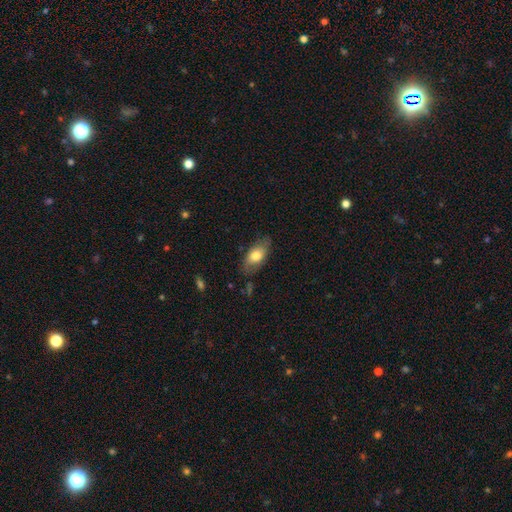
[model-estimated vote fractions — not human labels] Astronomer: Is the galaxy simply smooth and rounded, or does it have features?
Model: smooth — 71%.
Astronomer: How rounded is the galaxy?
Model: in between — 88%.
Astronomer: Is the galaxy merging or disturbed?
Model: none — 76%.